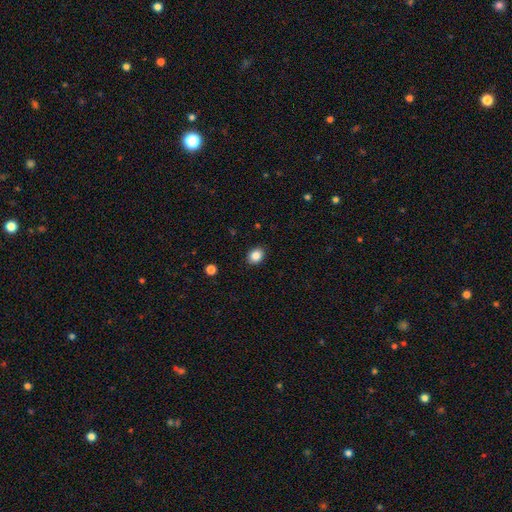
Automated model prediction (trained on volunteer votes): smooth-or-featured: smooth: 86% | star or artifact: 10% | featured or disk: 4%
  how-rounded: round: 52% | in between: 47% | cigar-shaped: 1%
  merging: none: 90% | minor disturbance: 7% | major disturbance: 2% | merger: 1%